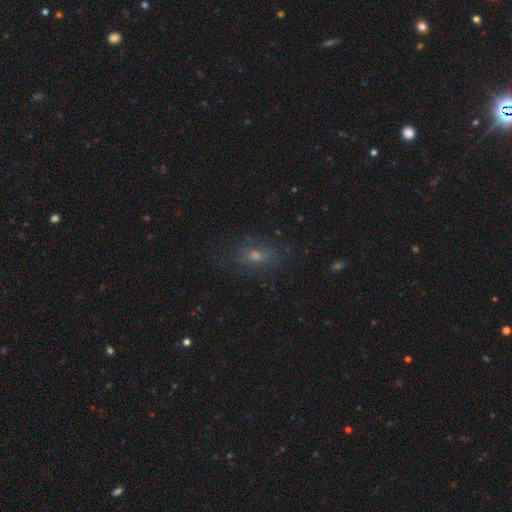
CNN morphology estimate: Overall: smooth (48%; featured or disk 28%). Merging: none (72%).